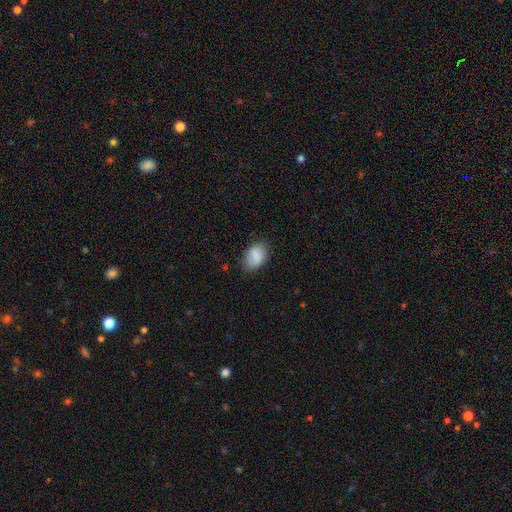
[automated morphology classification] Smooth or featured?
  - smooth: 83% *
  - featured or disk: 9%
  - star or artifact: 8%
How rounded?
  - in between: 87% *
  - round: 11%
  - cigar-shaped: 1%
Merging?
  - none: 73% *
  - minor disturbance: 20%
  - major disturbance: 4%
  - merger: 2%